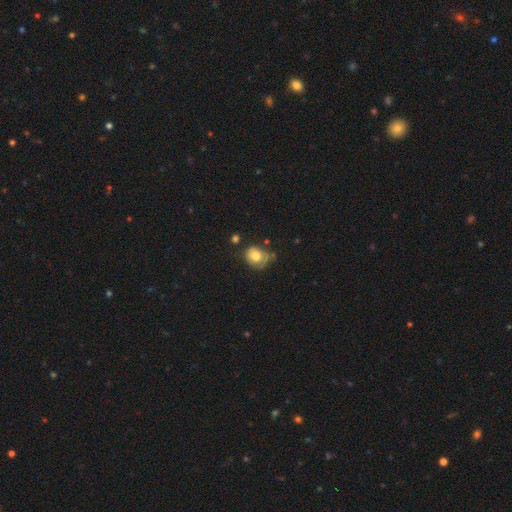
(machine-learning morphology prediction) smooth_or_featured: smooth (p=0.73) [alt: featured or disk p=0.19]
how_rounded: round (p=0.58) [alt: in between p=0.41]
merging: none (p=0.43) [alt: minor disturbance p=0.34]